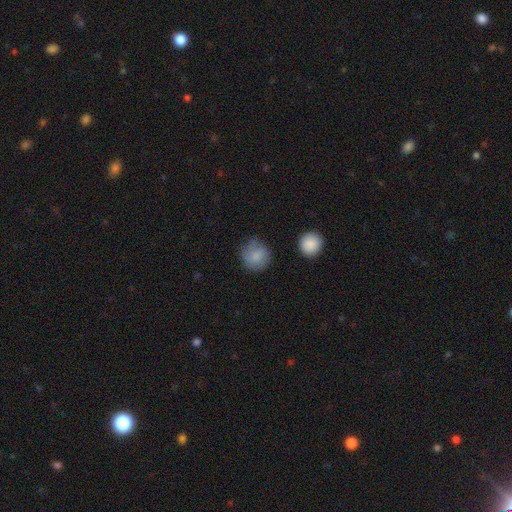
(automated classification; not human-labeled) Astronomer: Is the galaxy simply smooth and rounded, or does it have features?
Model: smooth — 83%.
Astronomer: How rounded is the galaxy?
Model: round — 89%.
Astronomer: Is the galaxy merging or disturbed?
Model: none — 69%.